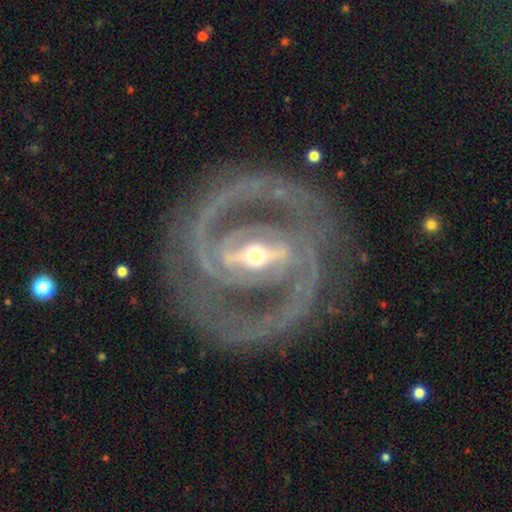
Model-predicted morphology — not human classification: type=featured or disk (93%); edge-on=no (97%); bar=strong (72%); spiral arms=yes (97%); winding=medium (49%); arm count=2 (78%); bulge=moderate (51%); merging=none (75%).